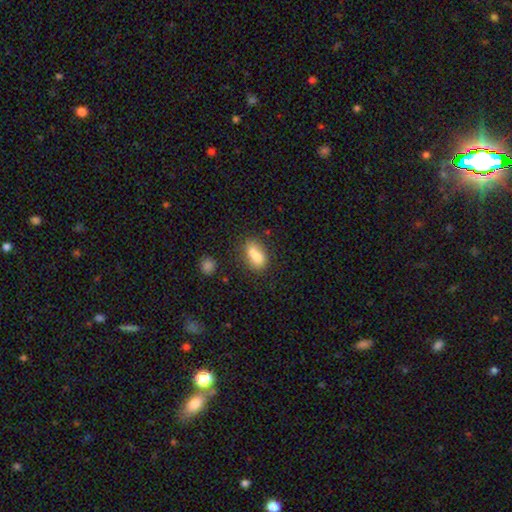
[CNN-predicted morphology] Q: Smooth or featured?
A: smooth (72%); runner-up: featured or disk (18%)
Q: How rounded?
A: in between (76%); runner-up: round (18%)
Q: Merging?
A: merger (42%); runner-up: none (37%)